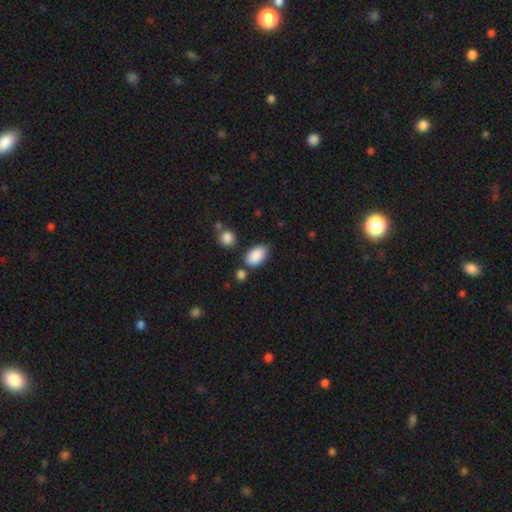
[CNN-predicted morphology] A smooth galaxy with no disk features (88%) that is in between round and cigar-shaped (92%). Merging: none (69%).